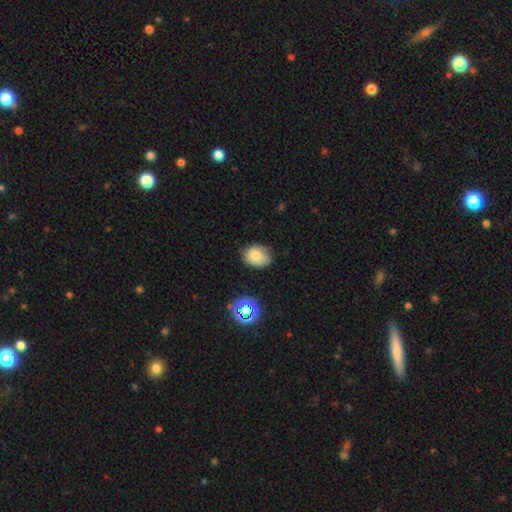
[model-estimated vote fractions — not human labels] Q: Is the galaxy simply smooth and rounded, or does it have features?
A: smooth — 78%.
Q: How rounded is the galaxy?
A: in between — 62%.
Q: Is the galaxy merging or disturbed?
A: none — 66%.